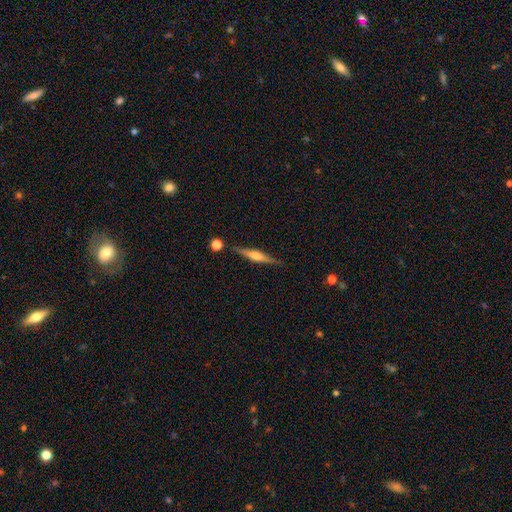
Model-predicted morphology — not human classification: A featured or disk galaxy (68%) viewed edge-on (97%) with a rounded central bulge (77%).

Vote fractions:
- Smooth or featured? featured or disk: 68% / smooth: 25% / star or artifact: 7%
- Edge-on disk? yes: 97% / no: 3%
- Edge-on bulge? rounded: 77% / boxy: 17% / none: 7%
- Merging? none: 85% / minor disturbance: 10% / merger: 3% / major disturbance: 2%